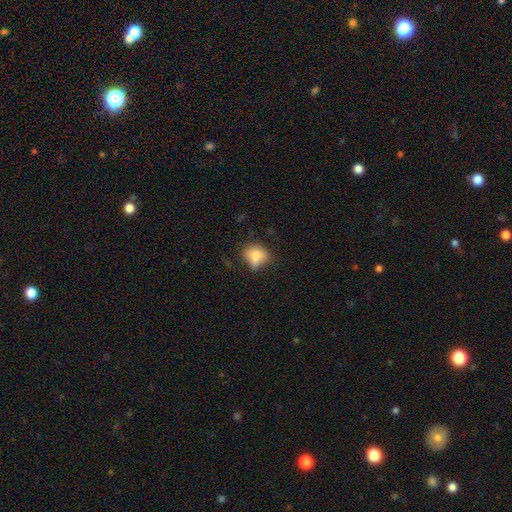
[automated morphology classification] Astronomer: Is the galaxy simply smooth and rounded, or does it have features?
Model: smooth — 76%.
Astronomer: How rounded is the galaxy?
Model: in between — 58% (runner-up: round, 41%).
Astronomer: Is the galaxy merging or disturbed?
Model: none — 47% (runner-up: minor disturbance, 31%).